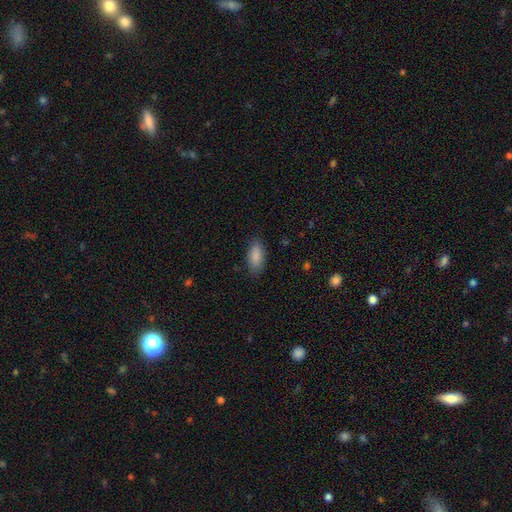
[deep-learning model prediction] smooth_or_featured: smooth (p=0.88) [alt: star or artifact p=0.07]
how_rounded: in between (p=0.88) [alt: cigar-shaped p=0.09]
merging: none (p=0.84) [alt: minor disturbance p=0.12]